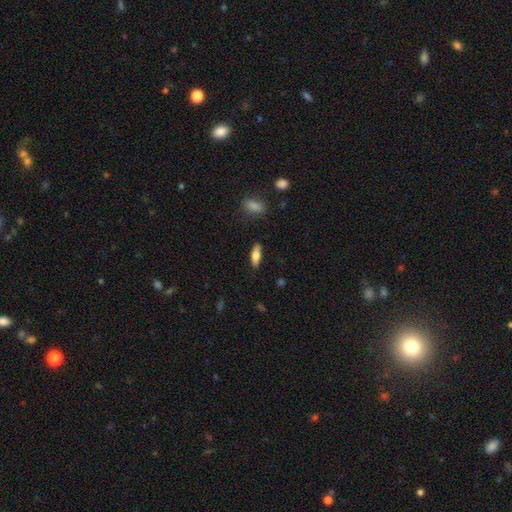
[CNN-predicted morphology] The model was most divided on "how rounded": in between: 60%, cigar-shaped: 38%, round: 3%. More confident: merging — none (84%); smooth or featured — smooth (67%).